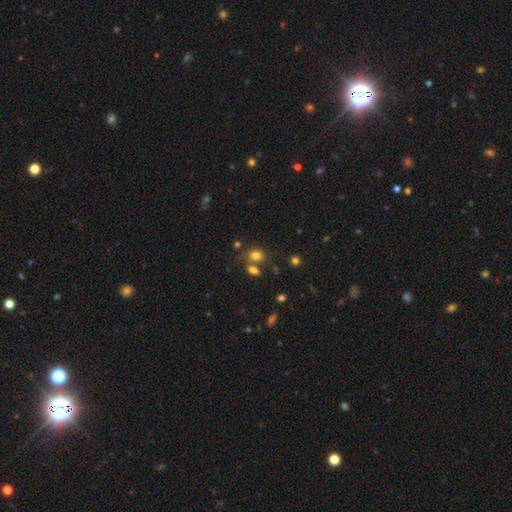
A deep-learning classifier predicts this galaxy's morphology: A smooth galaxy with no disk features (78%) that is round (52%). Merging: none (58%).